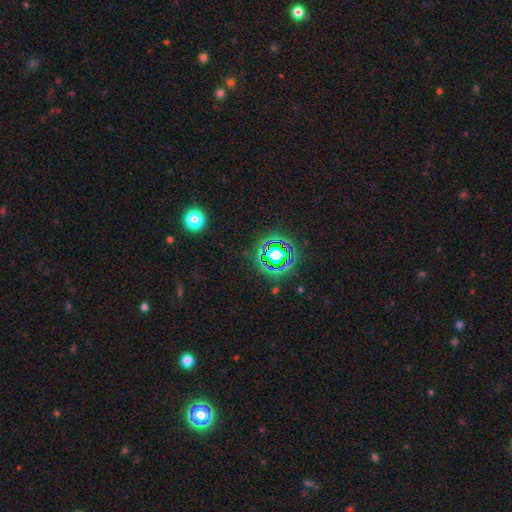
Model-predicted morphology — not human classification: Smooth or featured? star or artifact (77%)